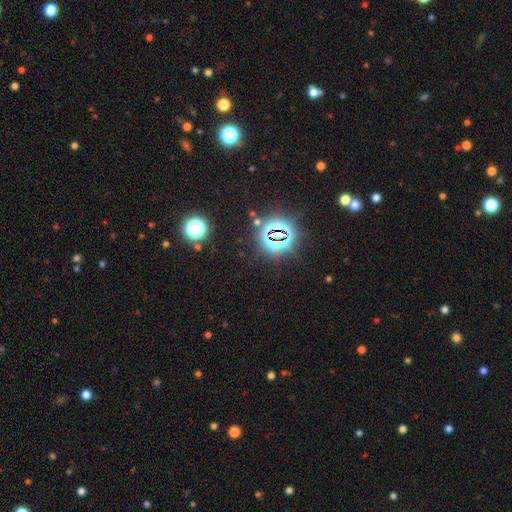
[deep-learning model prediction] smooth-or-featured: star or artifact: 83% | smooth: 10% | featured or disk: 7%